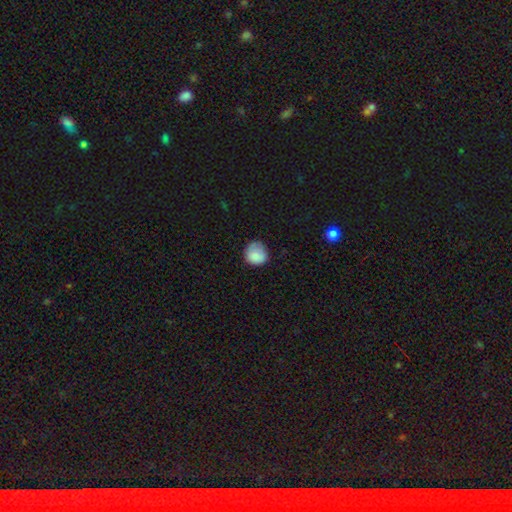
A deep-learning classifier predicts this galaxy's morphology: Smooth or featured? Predicted: smooth (p=0.85). How rounded? Predicted: round (p=0.86). Merging? Predicted: none (p=0.67).